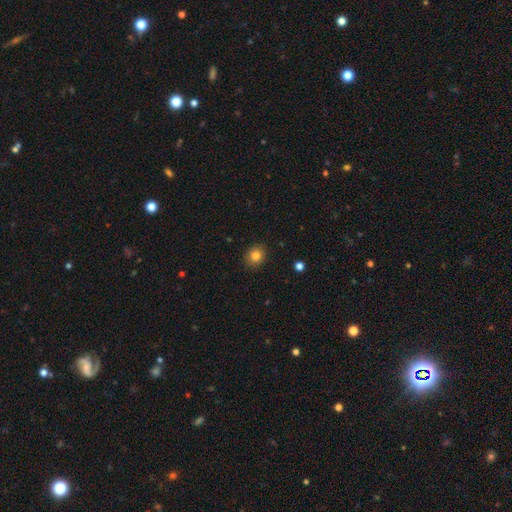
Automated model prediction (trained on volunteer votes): This appears to be a smooth galaxy with no disk features (83%) that is round (72%). Merging: none (89%).